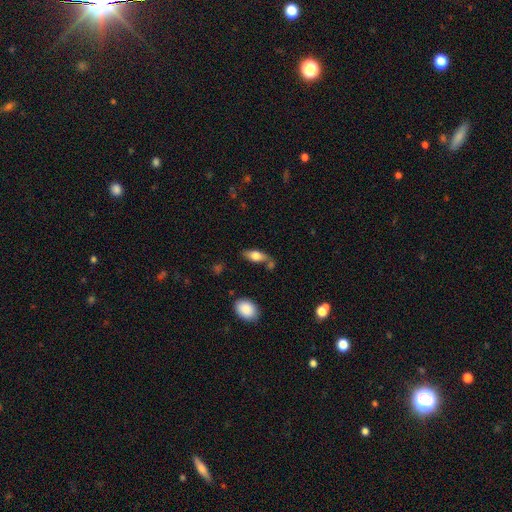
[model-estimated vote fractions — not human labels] This is likely a smooth galaxy (69%). How rounded: likely in between (77%). Merging: likely none (64%).